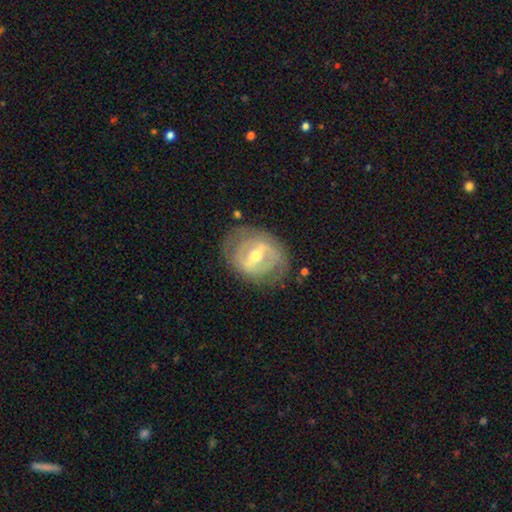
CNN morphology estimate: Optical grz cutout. It shows a featured or disk galaxy (79%) with a strong bar (59%), spiral arms (55%) and a moderate central bulge (69%). Merging: none (73%).